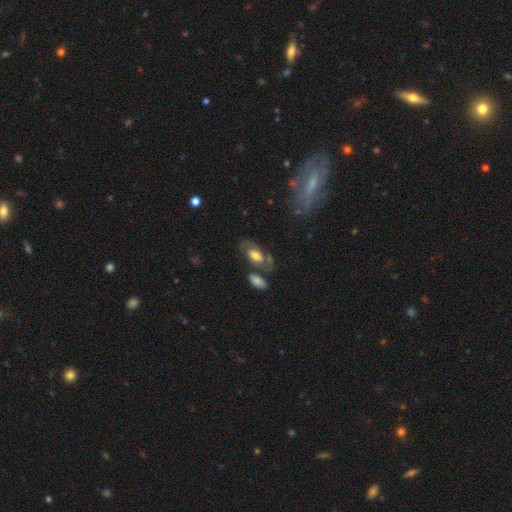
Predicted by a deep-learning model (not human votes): The model was most divided on "smooth or featured": smooth: 50%, featured or disk: 43%, star or artifact: 7%. More confident: merging — none (54%).